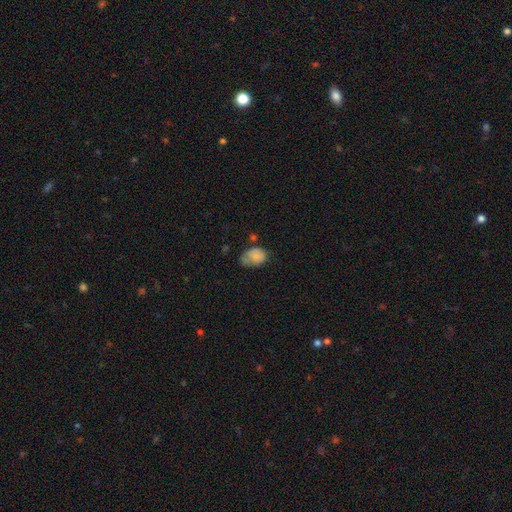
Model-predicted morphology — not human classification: Smooth or featured? Predicted: smooth (p=0.77). How rounded? Predicted: in between (p=0.69). Merging? Predicted: none (p=0.38, tied with minor disturbance).